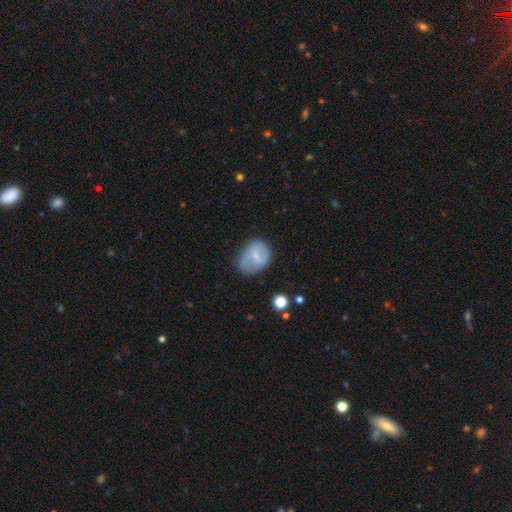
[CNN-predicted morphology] type=smooth (52%); roundness=in between (61%); merging=none (55%).